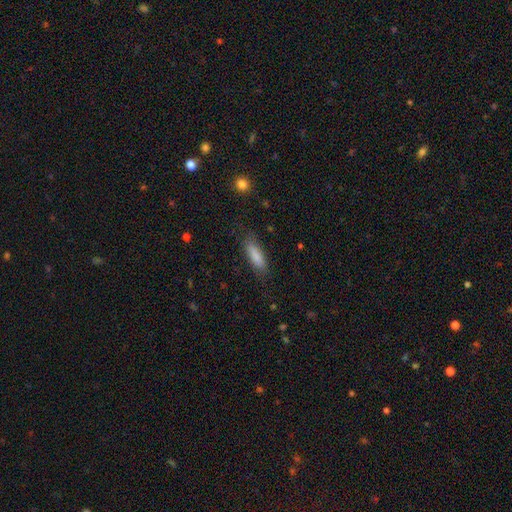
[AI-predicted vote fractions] Overall: smooth (85%). How rounded: in between (50%; cigar-shaped 48%). Merging: none (79%).